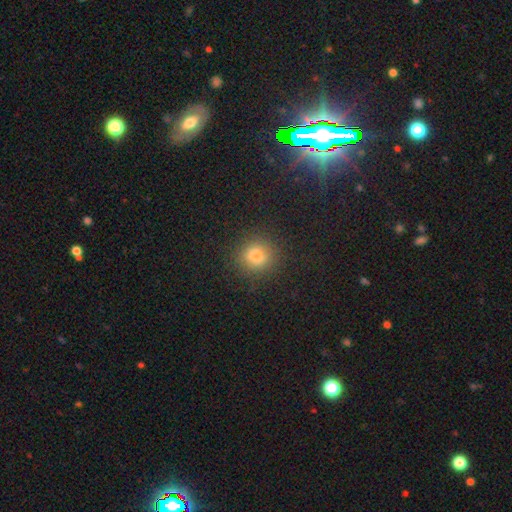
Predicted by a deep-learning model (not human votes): This appears to be a smooth galaxy with no disk features (75%) that is round (82%). Merging: none (84%).